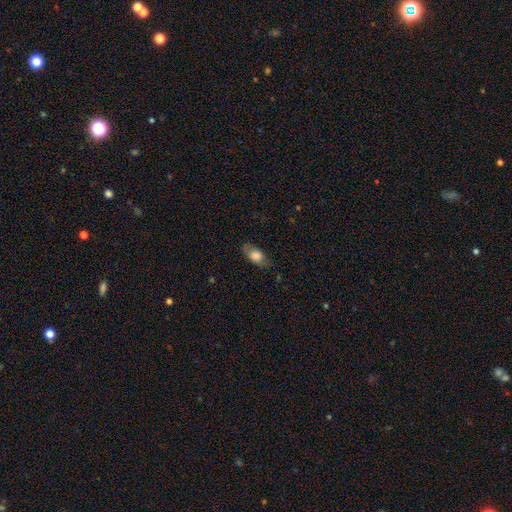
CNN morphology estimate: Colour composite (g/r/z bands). It shows a smooth galaxy with no disk features (74%) that is in between round and cigar-shaped (86%). Merging: none (72%).